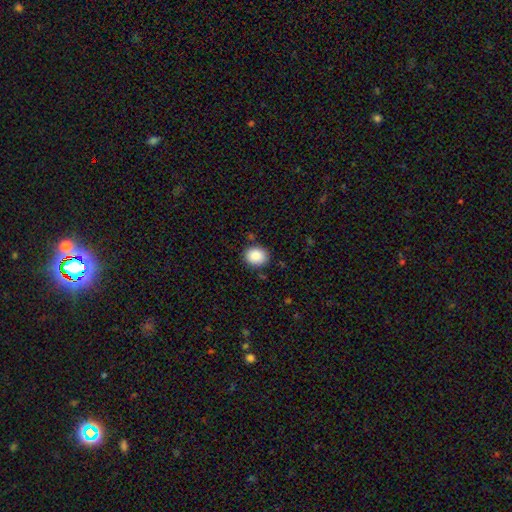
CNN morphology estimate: Smooth or featured?
  - smooth: 89% *
  - star or artifact: 8%
  - featured or disk: 3%
How rounded?
  - round: 61% *
  - in between: 38%
  - cigar-shaped: 1%
Merging?
  - none: 85% *
  - minor disturbance: 11%
  - major disturbance: 3%
  - merger: 2%